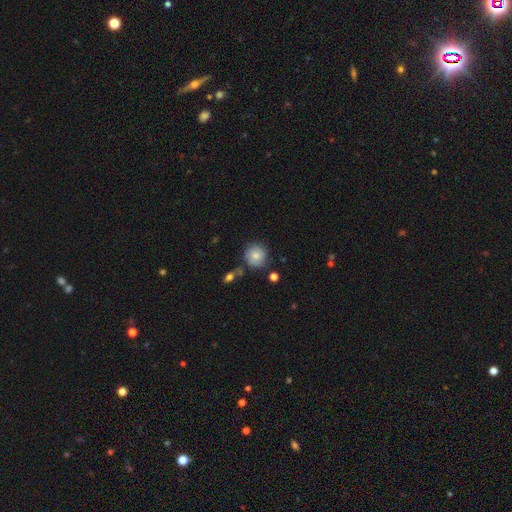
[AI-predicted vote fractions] The model was most divided on "smooth or featured": smooth: 74%, featured or disk: 17%, star or artifact: 9%. More confident: how rounded — round (91%); merging — none (74%).